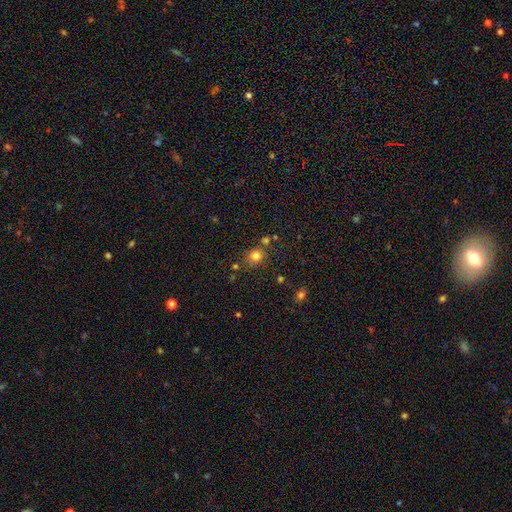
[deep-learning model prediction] Smooth or featured? Predicted: smooth (p=0.79). How rounded? Predicted: round (p=0.82). Merging? Predicted: none (p=0.70).